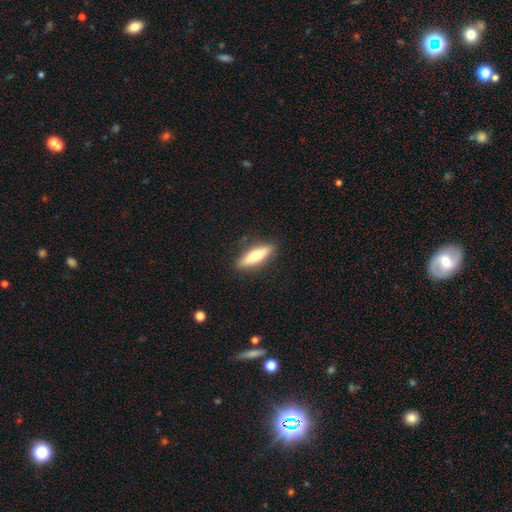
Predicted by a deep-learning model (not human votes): Q: Smooth or featured?
A: smooth (60%); runner-up: featured or disk (34%)
Q: How rounded?
A: cigar-shaped (63%); runner-up: in between (35%)
Q: Merging?
A: none (89%); runner-up: minor disturbance (8%)